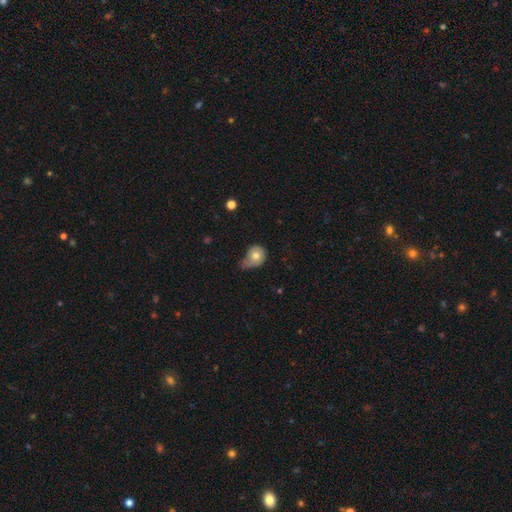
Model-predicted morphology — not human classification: Smooth or featured?
  - smooth: 71% *
  - featured or disk: 21%
  - star or artifact: 8%
How rounded?
  - round: 62% *
  - in between: 37%
  - cigar-shaped: 1%
Merging?
  - minor disturbance: 40% *
  - major disturbance: 27%
  - none: 25%
  - merger: 7%